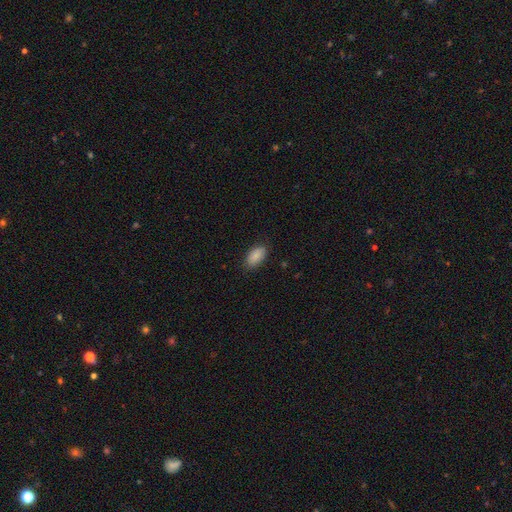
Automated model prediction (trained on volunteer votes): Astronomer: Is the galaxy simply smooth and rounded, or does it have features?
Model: smooth — 88%.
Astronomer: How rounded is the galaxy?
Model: in between — 94%.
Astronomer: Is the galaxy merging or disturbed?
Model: none — 84%.